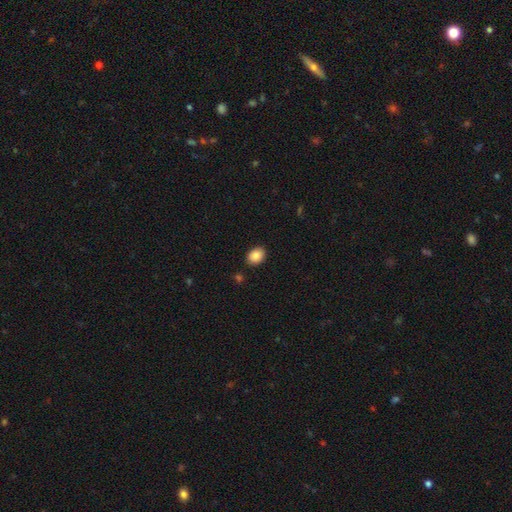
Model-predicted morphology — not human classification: Overall: smooth (88%). How rounded: in between (66%; round 33%). Merging: none (88%).